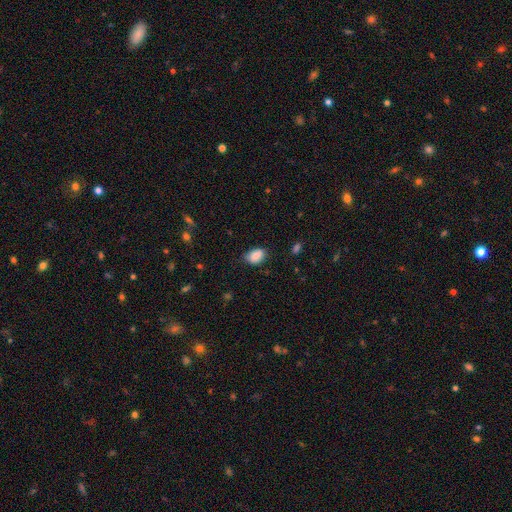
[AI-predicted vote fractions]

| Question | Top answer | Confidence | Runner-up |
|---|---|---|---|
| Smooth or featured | smooth | 84% | star or artifact (8%) |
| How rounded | in between | 82% | round (17%) |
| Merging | none | 68% | minor disturbance (26%) |